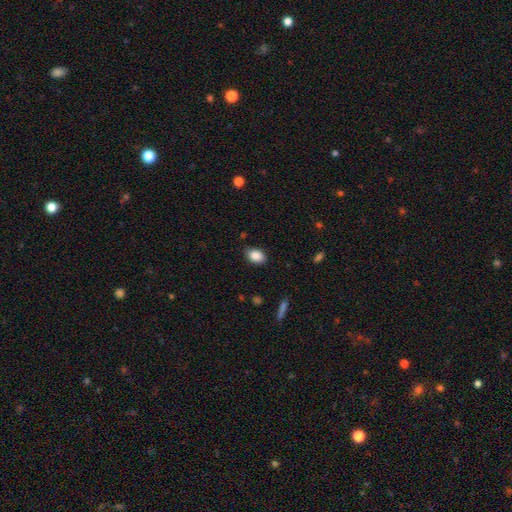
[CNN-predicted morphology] A smooth galaxy with no disk features (87%) that is in between round and cigar-shaped (84%). Merging: none (81%).